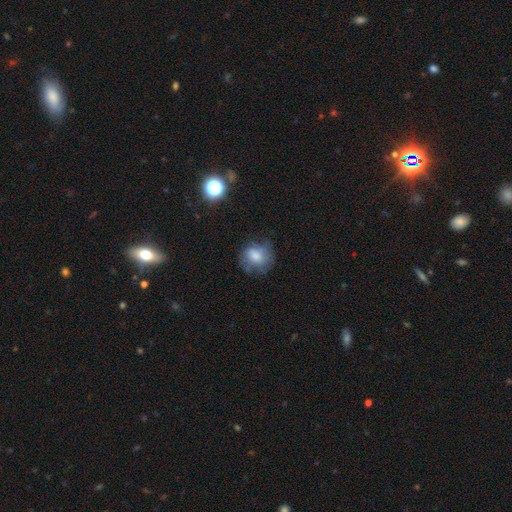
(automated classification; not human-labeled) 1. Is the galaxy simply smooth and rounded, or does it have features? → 66% smooth, 24% featured or disk, 10% star or artifact.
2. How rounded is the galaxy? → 68% round, 31% in between, 1% cigar-shaped.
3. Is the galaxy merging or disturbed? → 56% none, 27% minor disturbance, 15% major disturbance, 2% merger.